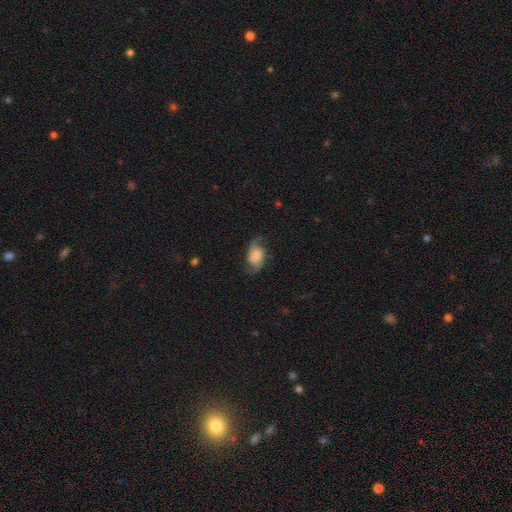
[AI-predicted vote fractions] Overall: featured or disk (56%; smooth 35%). Edge-on disk: no (95%). Bar: no (55%; weak 35%). Spiral arms: yes (91%). Bulge size: small (25%, tied with none). Merging: none (66%).